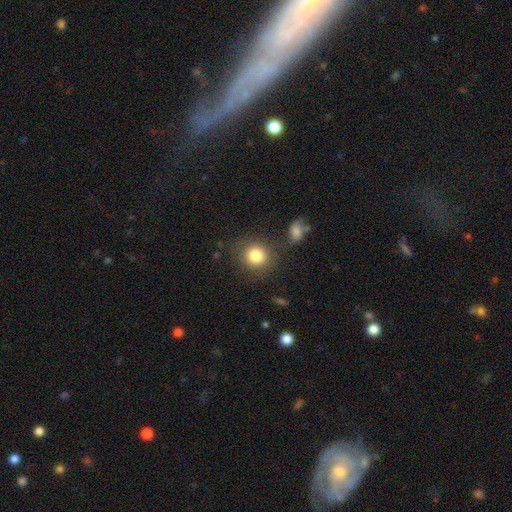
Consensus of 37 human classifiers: smooth-or-featured: smooth: 84% | featured or disk: 11% | star or artifact: 5%
  how-rounded: round: 94% | in between: 6% | cigar-shaped: 0%
  merging: none: 94% | minor disturbance: 6% | major disturbance: 0% | merger: 0%